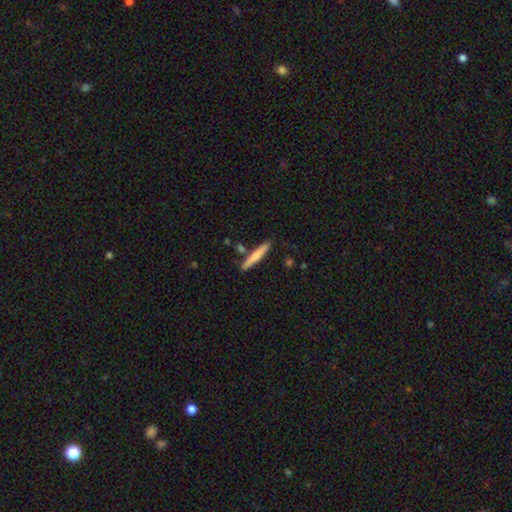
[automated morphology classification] Smooth or featured: smooth — 71% (featured or disk — 24%)
How rounded: cigar-shaped — 94% (in between — 5%)
Merging: none — 83% (minor disturbance — 10%)